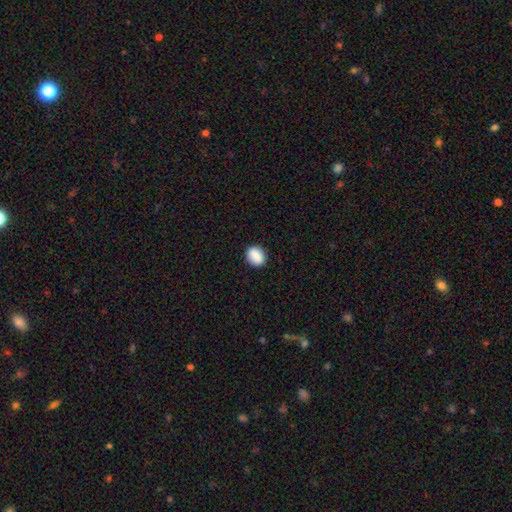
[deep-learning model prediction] Morphology: type=smooth (88%); roundness=round (50%); merging=none (89%).